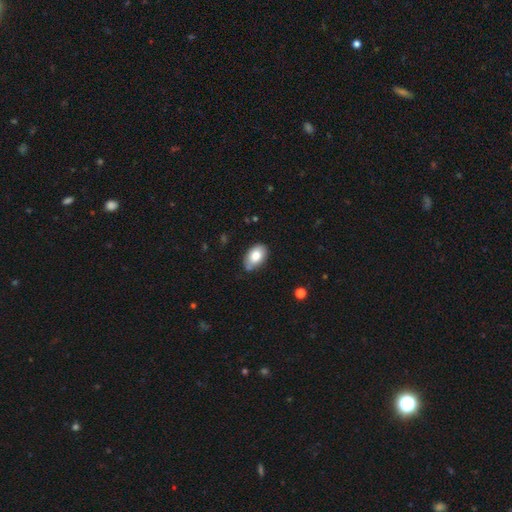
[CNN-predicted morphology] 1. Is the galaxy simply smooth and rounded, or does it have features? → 81% smooth, 12% featured or disk, 7% star or artifact.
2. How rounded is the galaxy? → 90% in between, 8% round, 1% cigar-shaped.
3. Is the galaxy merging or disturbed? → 73% none, 21% minor disturbance, 3% major disturbance, 3% merger.